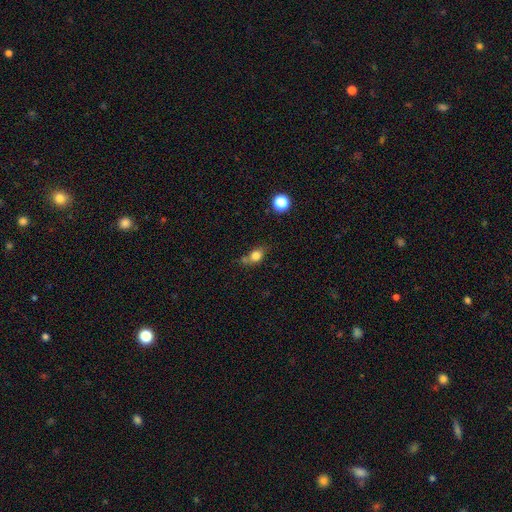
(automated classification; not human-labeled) Q: Smooth or featured?
A: smooth (78%); runner-up: star or artifact (12%)
Q: How rounded?
A: in between (51%); runner-up: round (46%)
Q: Merging?
A: none (50%); runner-up: minor disturbance (24%)